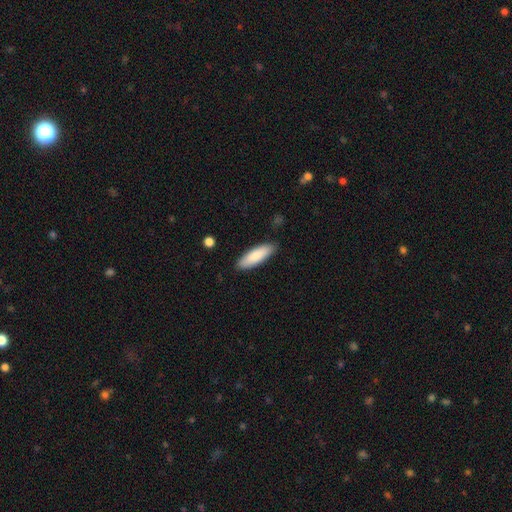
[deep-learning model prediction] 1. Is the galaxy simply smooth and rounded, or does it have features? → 83% smooth, 11% featured or disk, 5% star or artifact.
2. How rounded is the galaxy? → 53% in between, 45% cigar-shaped, 1% round.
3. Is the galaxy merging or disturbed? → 87% none, 10% minor disturbance, 2% major disturbance, 1% merger.